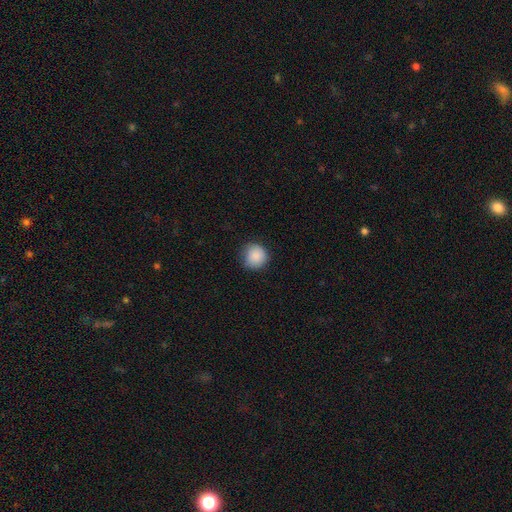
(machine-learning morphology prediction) This appears to be a smooth galaxy with no disk features (89%) that is round (92%). Merging: none (84%).